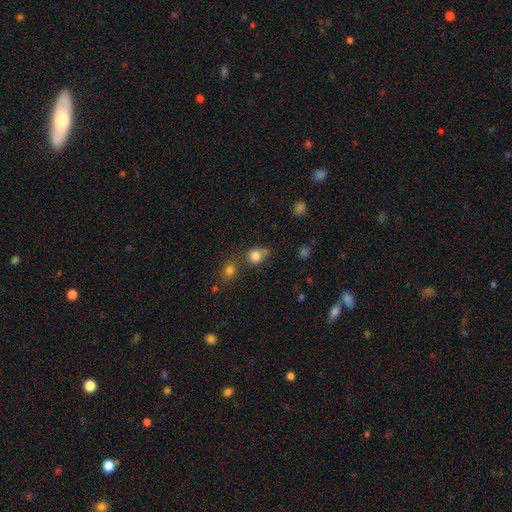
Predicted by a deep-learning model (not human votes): Morphology: type=smooth (80%); roundness=round (70%); merging=none (49%).